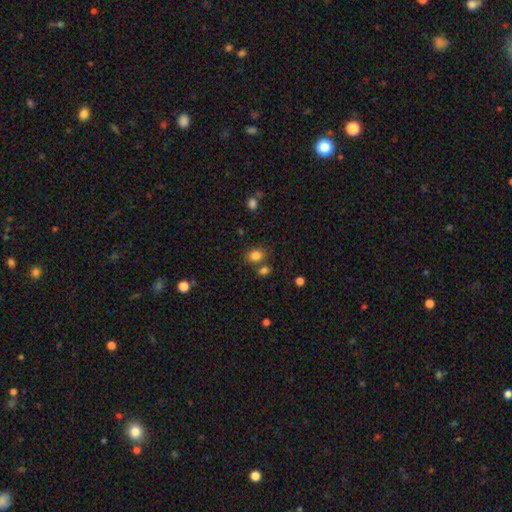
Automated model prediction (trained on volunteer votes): Morphology: type=smooth (83%); roundness=in between (67%); merging=none (67%).